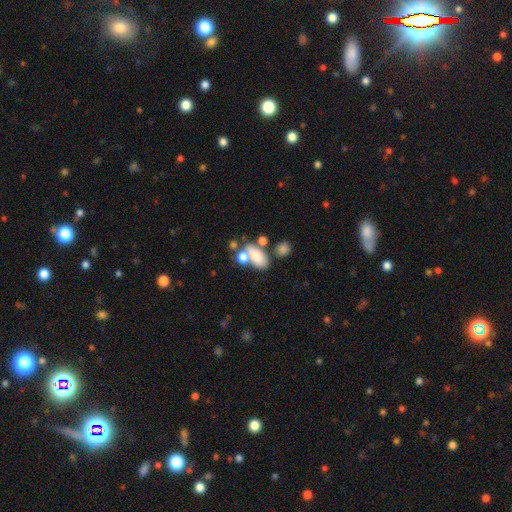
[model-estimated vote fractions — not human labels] smooth 73%, featured or disk 16%, star or artifact 11%. Down the decision tree: how rounded — in between (86%); merging — merger (42%).